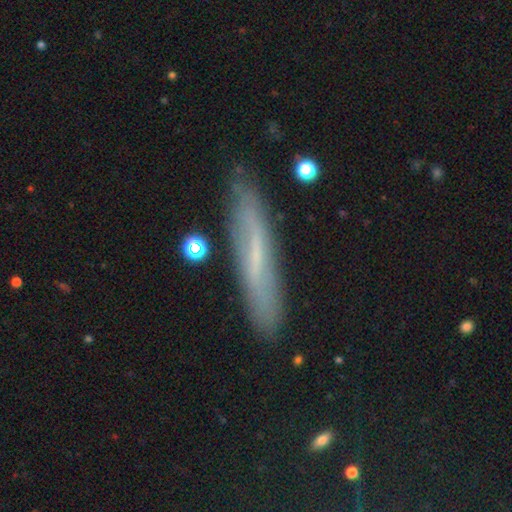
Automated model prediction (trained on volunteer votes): Smooth or featured? featured or disk (49%)
Merging? none (80%)